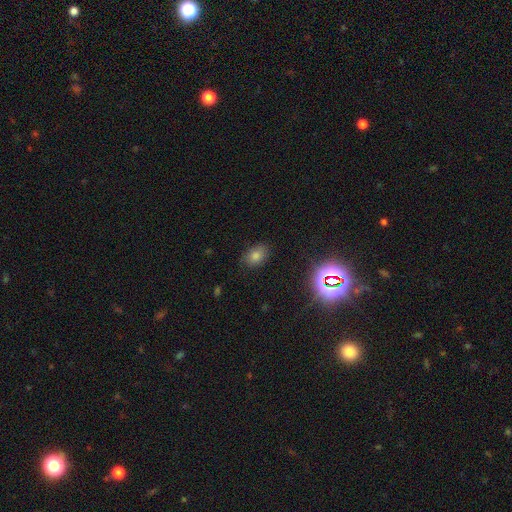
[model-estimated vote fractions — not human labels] Smooth or featured?
  - smooth: 73% *
  - star or artifact: 19%
  - featured or disk: 9%
How rounded?
  - in between: 78% *
  - round: 21%
  - cigar-shaped: 1%
Merging?
  - none: 82% *
  - minor disturbance: 13%
  - major disturbance: 3%
  - merger: 1%